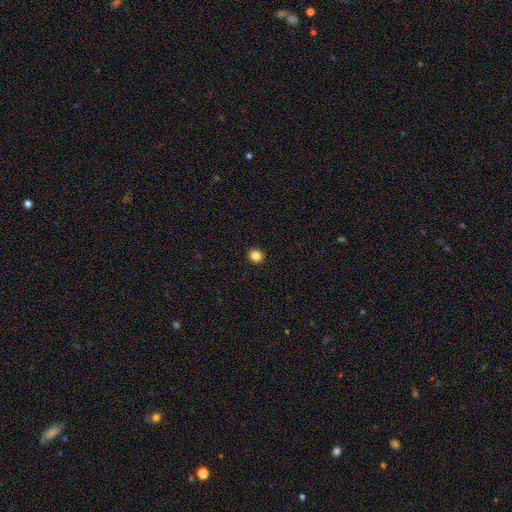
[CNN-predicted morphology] Smooth or featured? Predicted: smooth (p=0.85). How rounded? Predicted: round (p=0.94). Merging? Predicted: none (p=0.94).